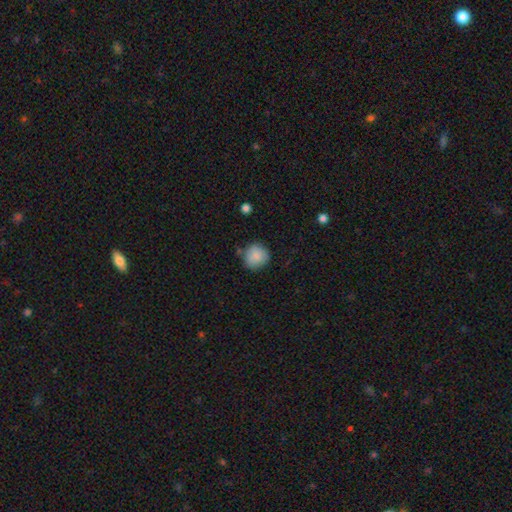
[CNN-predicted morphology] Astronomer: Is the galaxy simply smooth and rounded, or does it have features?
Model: smooth — 87%.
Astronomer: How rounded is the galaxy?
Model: round — 90%.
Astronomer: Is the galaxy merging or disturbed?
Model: none — 79%.